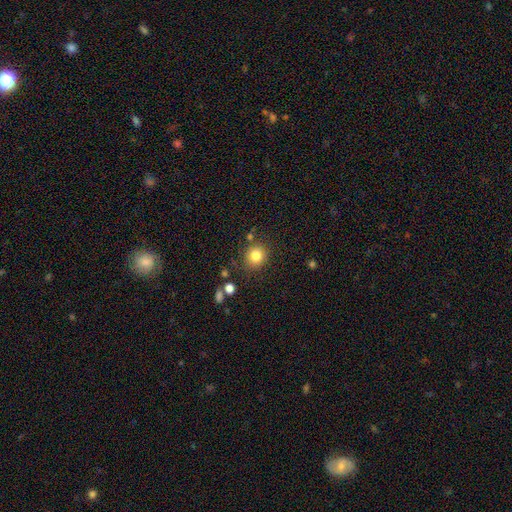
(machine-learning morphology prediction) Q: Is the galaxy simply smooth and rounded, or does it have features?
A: smooth — 82%.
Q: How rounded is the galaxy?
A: round — 84%.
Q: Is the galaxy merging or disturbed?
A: none — 82%.